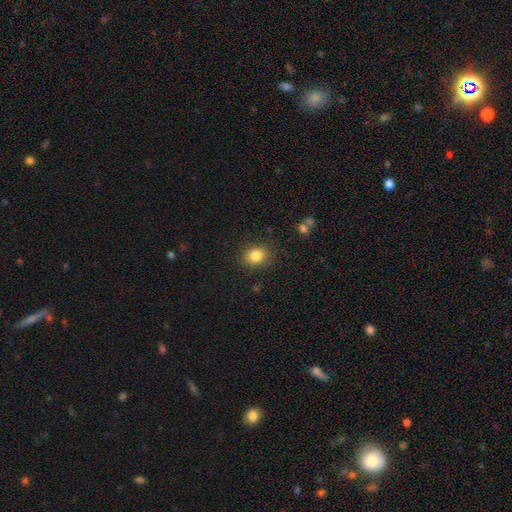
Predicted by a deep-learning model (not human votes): smooth_or_featured: smooth (p=0.84) [alt: star or artifact p=0.10]
how_rounded: round (p=0.58) [alt: in between p=0.42]
merging: none (p=0.85) [alt: minor disturbance p=0.10]